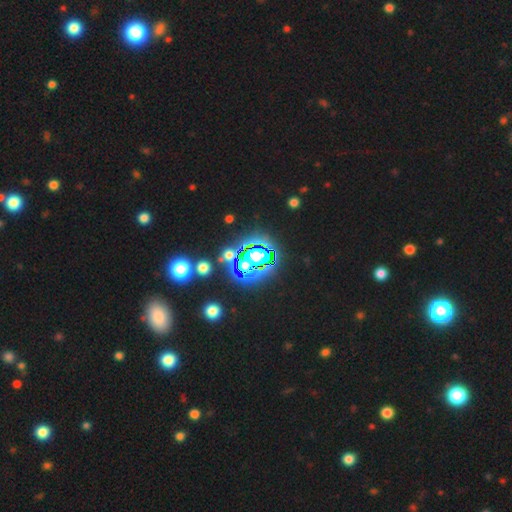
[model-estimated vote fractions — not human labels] Smooth or featured: star or artifact — 69% (smooth — 17%)